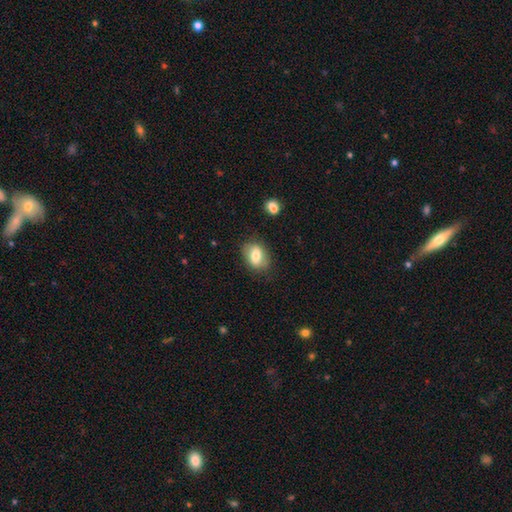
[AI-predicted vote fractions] This appears to be a smooth galaxy with no disk features (71%) that is in between round and cigar-shaped (72%). Merging: none (78%).